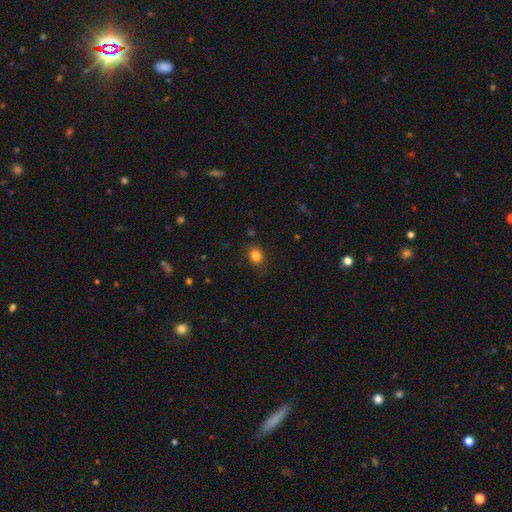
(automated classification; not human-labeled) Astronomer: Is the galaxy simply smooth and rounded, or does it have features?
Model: smooth — 84%.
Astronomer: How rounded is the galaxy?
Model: round — 52% (runner-up: in between, 47%).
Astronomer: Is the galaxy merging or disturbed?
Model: none — 86%.